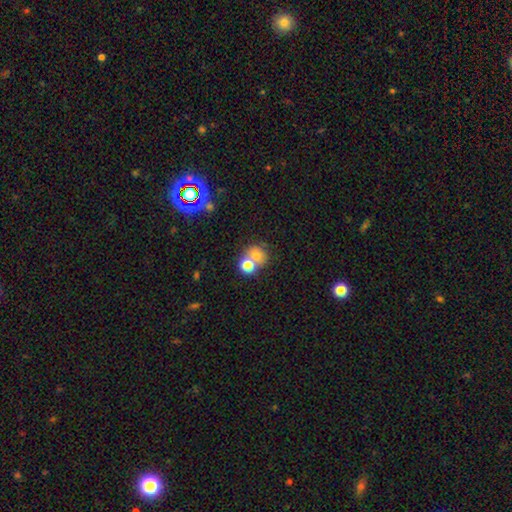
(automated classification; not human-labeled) This is likely a smooth galaxy (70%). How rounded: likely round (78%). Merging: possibly merger (51%).